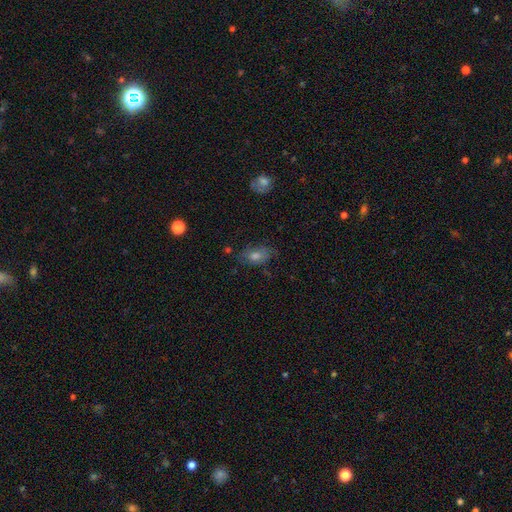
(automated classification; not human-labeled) A smooth galaxy with no disk features (55%) that is in between round and cigar-shaped (79%). Merging: none (68%).